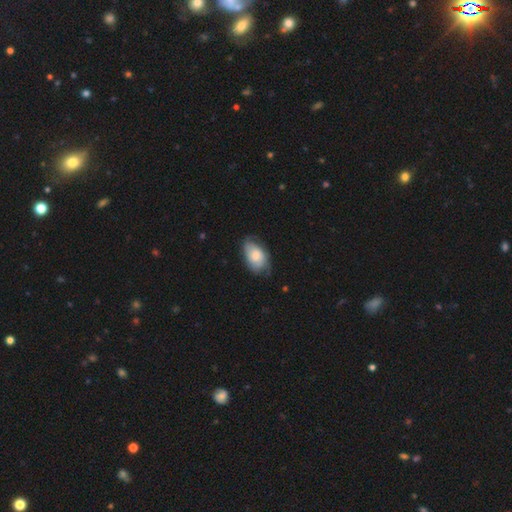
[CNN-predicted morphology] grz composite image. It shows a smooth galaxy with no disk features (65%) that is in between round and cigar-shaped (92%). Merging: none (57%).